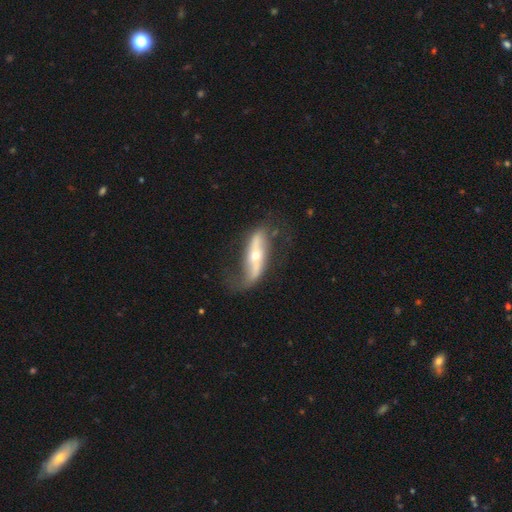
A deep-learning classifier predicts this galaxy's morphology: smooth-or-featured: featured or disk: 79% | smooth: 16% | star or artifact: 5%
  disk-edge-on: no: 74% | yes: 26%
    bar: strong: 49% | no: 32% | weak: 19%
    has-spiral-arms: yes: 86% | no: 14%
      spiral-winding: loose: 78% | medium: 15% | tight: 7%
      spiral-arm-count: 2: 84% | 1: 8% | can't tell: 5% | 3: 1% | more than 4: 1% | 4: 1%
    bulge-size: small: 50% | moderate: 44% | large: 3% | dominant: 1% | none: 1%
  merging: none: 56% | minor disturbance: 23% | major disturbance: 18% | merger: 3%